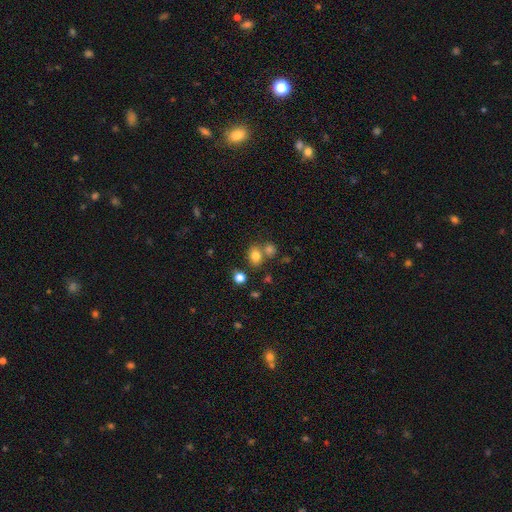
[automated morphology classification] smooth-or-featured: smooth: 78% | star or artifact: 14% | featured or disk: 8%
  how-rounded: round: 55% | in between: 43% | cigar-shaped: 1%
  merging: none: 61% | merger: 24% | minor disturbance: 11% | major disturbance: 4%